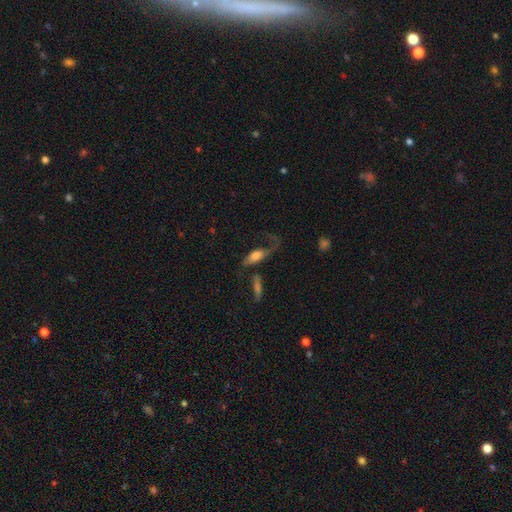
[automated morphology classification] smooth_or_featured: smooth (p=0.52) [alt: featured or disk p=0.40]
how_rounded: in between (p=0.75) [alt: cigar-shaped p=0.20]
merging: major disturbance (p=0.44) [alt: none p=0.30]